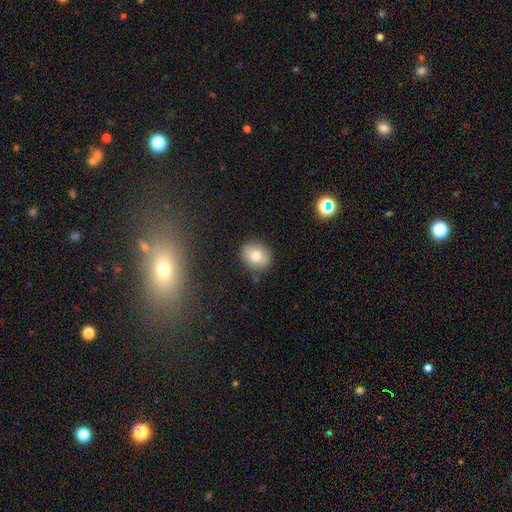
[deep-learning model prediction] Smooth or featured? smooth (78%)
How rounded? round (64%)
Merging? none (84%)